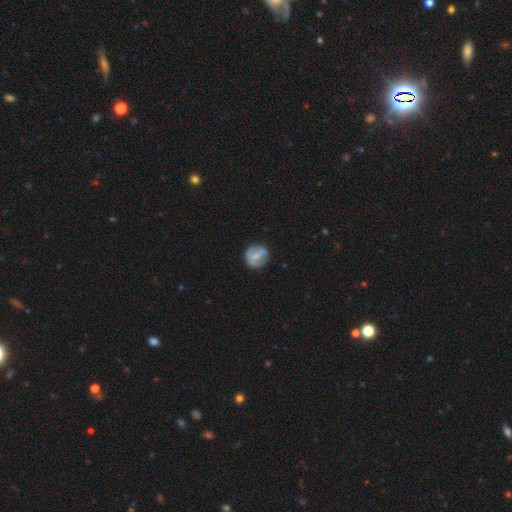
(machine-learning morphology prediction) Smooth or featured: smooth — 52% (featured or disk — 40%)
How rounded: round — 81% (in between — 17%)
Merging: none — 72% (minor disturbance — 19%)